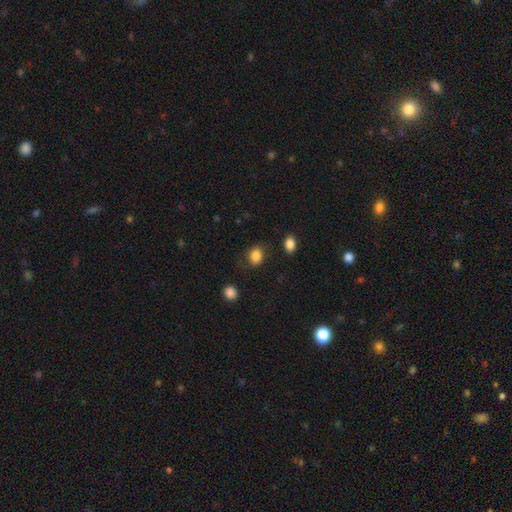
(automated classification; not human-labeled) Q: Smooth or featured?
A: smooth (86%); runner-up: star or artifact (9%)
Q: How rounded?
A: round (50%); runner-up: in between (49%)
Q: Merging?
A: none (76%); runner-up: minor disturbance (16%)